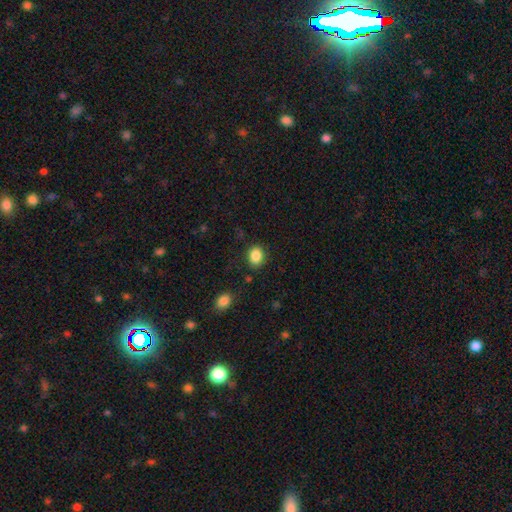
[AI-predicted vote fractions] smooth_or_featured: smooth (p=0.87) [alt: star or artifact p=0.09]
how_rounded: in between (p=0.55) [alt: round p=0.44]
merging: none (p=0.84) [alt: minor disturbance p=0.10]